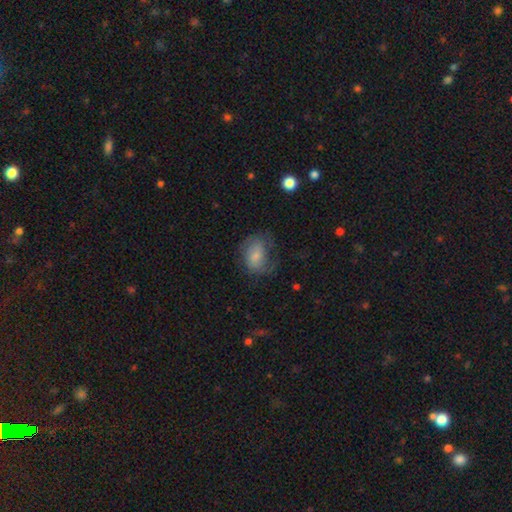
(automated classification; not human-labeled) This appears to be a smooth galaxy with no disk features (58%) that is in between round and cigar-shaped (69%). Merging: none (47%).